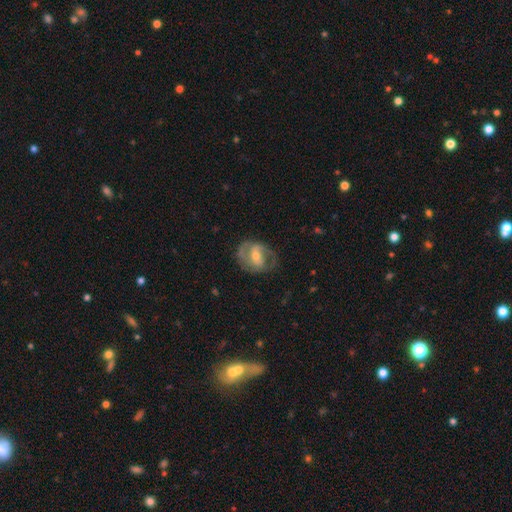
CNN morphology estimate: Smooth or featured? featured or disk (73%)
Edge-on disk? no (97%)
Bar? weak (44%)
Spiral arms? yes (83%)
Spiral winding? medium (49%)
Spiral arm count? 2 (74%)
Bulge size? moderate (53%)
Merging? none (65%)